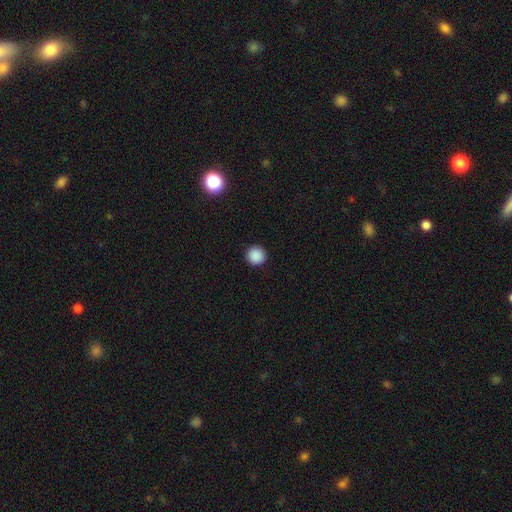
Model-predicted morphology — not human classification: A smooth galaxy with no disk features (88%) that is round (95%). Merging: none (93%).